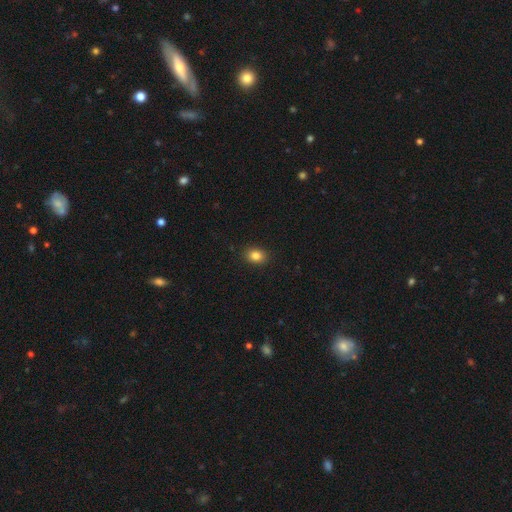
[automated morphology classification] Smooth or featured: smooth — 84% (star or artifact — 10%)
How rounded: in between — 61% (round — 37%)
Merging: none — 90% (minor disturbance — 7%)